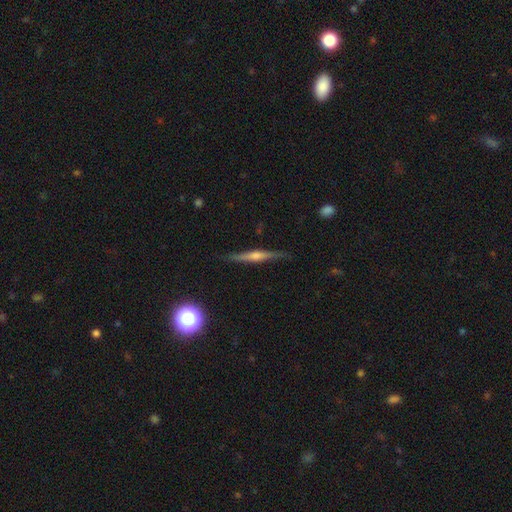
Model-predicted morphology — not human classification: The model was most divided on "smooth or featured": featured or disk: 75%, smooth: 18%, star or artifact: 8%. More confident: edge-on disk — yes (98%); merging — none (88%); edge-on bulge — rounded (83%).